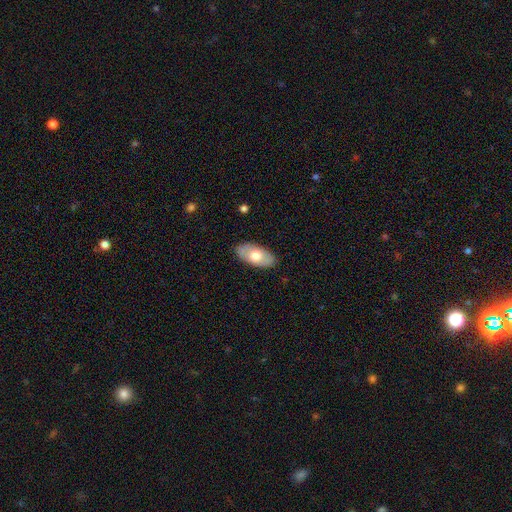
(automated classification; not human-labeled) Smooth or featured?
  - smooth: 65% *
  - featured or disk: 30%
  - star or artifact: 6%
How rounded?
  - in between: 94% *
  - round: 3%
  - cigar-shaped: 3%
Merging?
  - none: 86% *
  - minor disturbance: 11%
  - major disturbance: 2%
  - merger: 1%